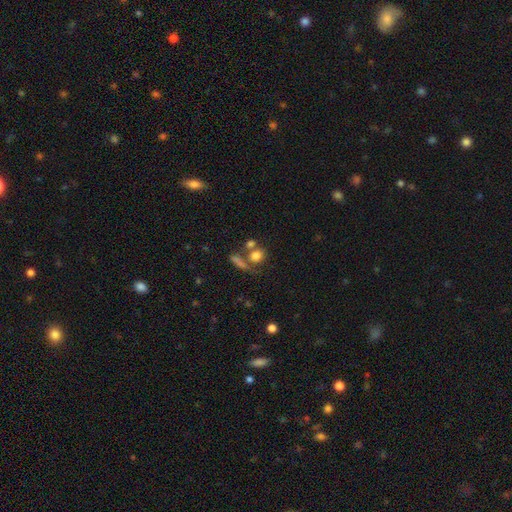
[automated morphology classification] The model was most divided on "merging": none: 49%, merger: 32%, minor disturbance: 10%, major disturbance: 8%. More confident: smooth or featured — smooth (76%); how rounded — round (72%).